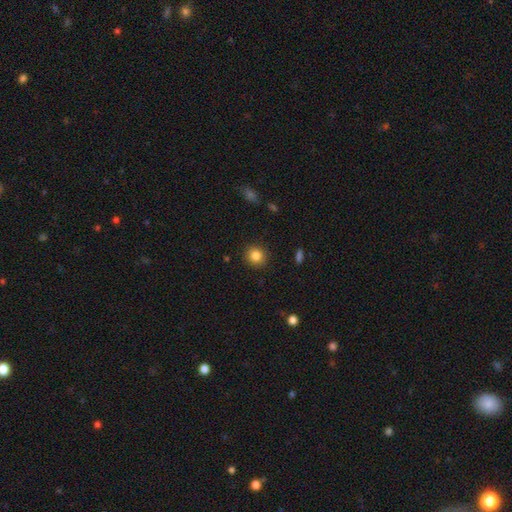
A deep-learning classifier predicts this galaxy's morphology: Q: Smooth or featured?
A: smooth (84%); runner-up: star or artifact (10%)
Q: How rounded?
A: round (89%); runner-up: in between (10%)
Q: Merging?
A: none (90%); runner-up: minor disturbance (7%)